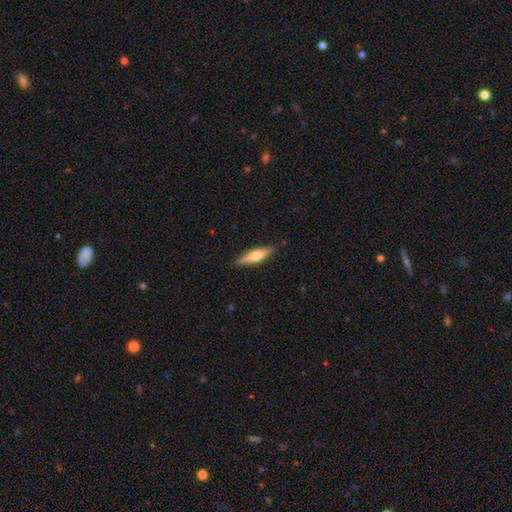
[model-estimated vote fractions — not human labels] Smooth or featured?
  - featured or disk: 52% *
  - smooth: 42%
  - star or artifact: 6%
Edge-on disk?
  - yes: 95% *
  - no: 5%
Merging?
  - none: 88% *
  - minor disturbance: 9%
  - major disturbance: 2%
  - merger: 1%